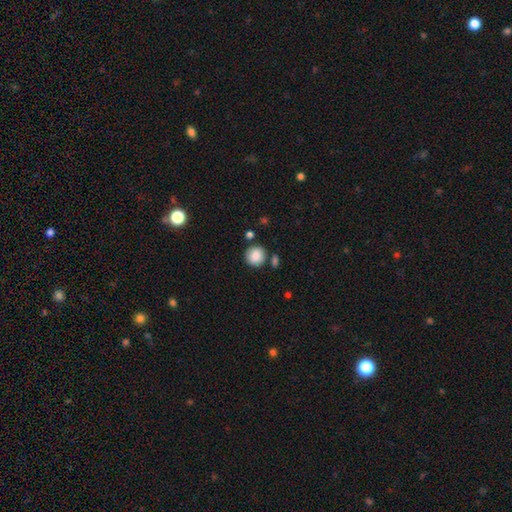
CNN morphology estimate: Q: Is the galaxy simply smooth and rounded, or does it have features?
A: smooth — 87%.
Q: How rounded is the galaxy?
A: round — 91%.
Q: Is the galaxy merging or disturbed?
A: none — 80%.